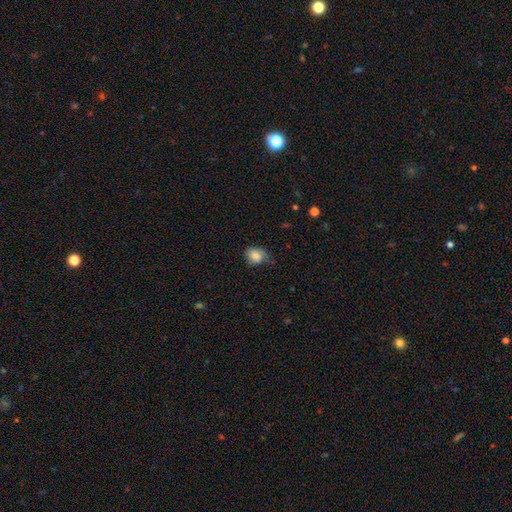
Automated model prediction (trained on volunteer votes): Smooth or featured?
  - smooth: 83% *
  - star or artifact: 9%
  - featured or disk: 8%
How rounded?
  - in between: 50% *
  - round: 49%
  - cigar-shaped: 1%
Merging?
  - none: 55% *
  - minor disturbance: 34%
  - major disturbance: 9%
  - merger: 2%